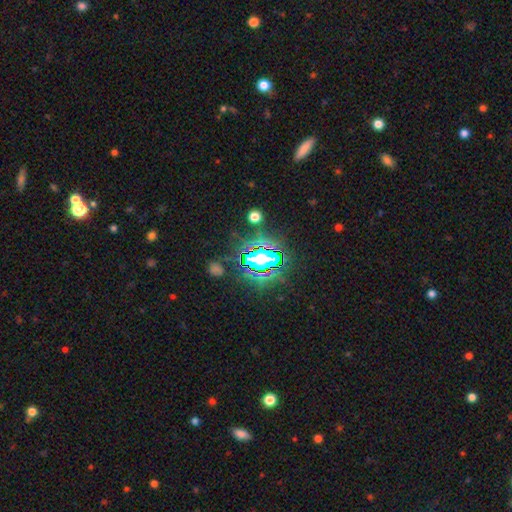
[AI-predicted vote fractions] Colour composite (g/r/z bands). It shows a star or artifact, not a galaxy (75%).